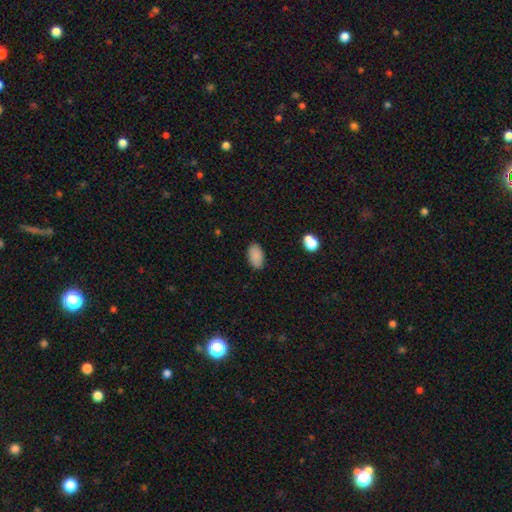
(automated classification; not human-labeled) Smooth or featured? Predicted: smooth (p=0.88). How rounded? Predicted: in between (p=0.94). Merging? Predicted: none (p=0.87).